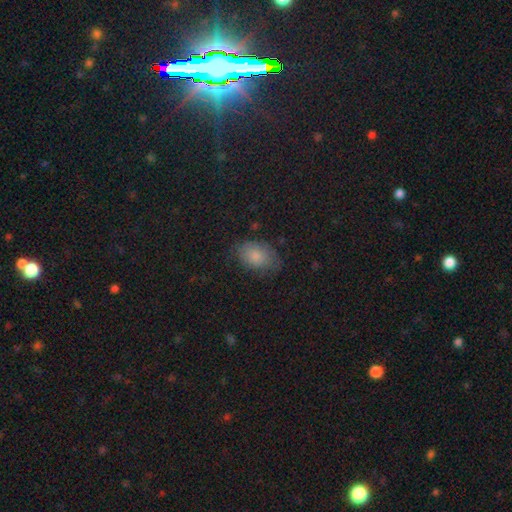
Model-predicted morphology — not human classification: Smooth or featured? Predicted: smooth (p=0.82). How rounded? Predicted: in between (p=0.85). Merging? Predicted: none (p=0.67).